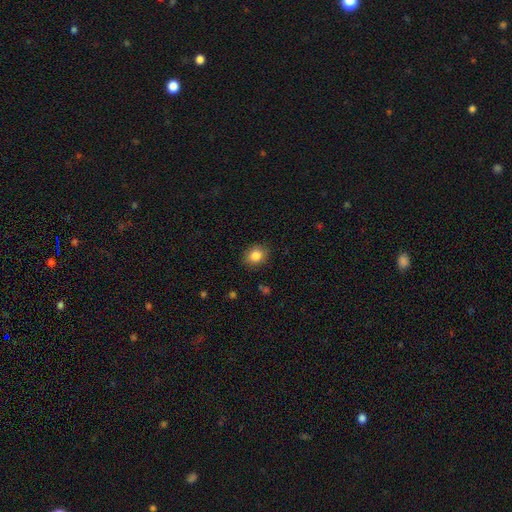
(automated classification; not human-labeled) The model was most divided on "how rounded": round: 60%, in between: 40%, cigar-shaped: 1%. More confident: merging — none (87%); smooth or featured — smooth (85%).